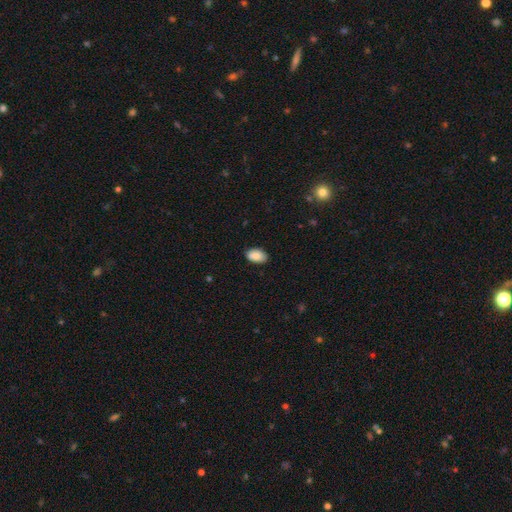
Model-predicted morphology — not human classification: The model was most divided on "merging": none: 84%, minor disturbance: 12%, major disturbance: 2%, merger: 1%. More confident: how rounded — in between (93%); smooth or featured — smooth (87%).